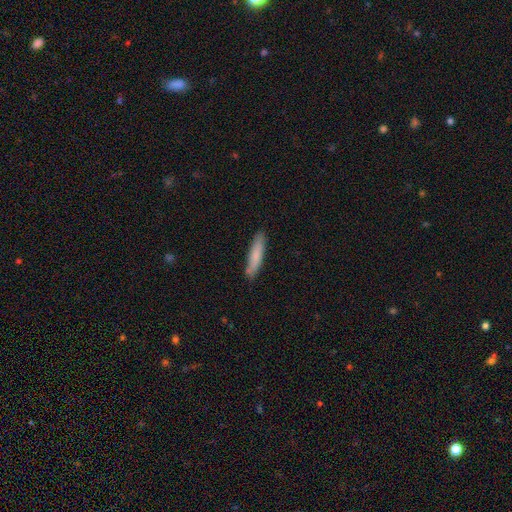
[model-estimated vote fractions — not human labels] smooth-or-featured: smooth: 80% | featured or disk: 14% | star or artifact: 6%
  how-rounded: cigar-shaped: 86% | in between: 13% | round: 1%
  merging: none: 84% | minor disturbance: 12% | major disturbance: 2% | merger: 2%